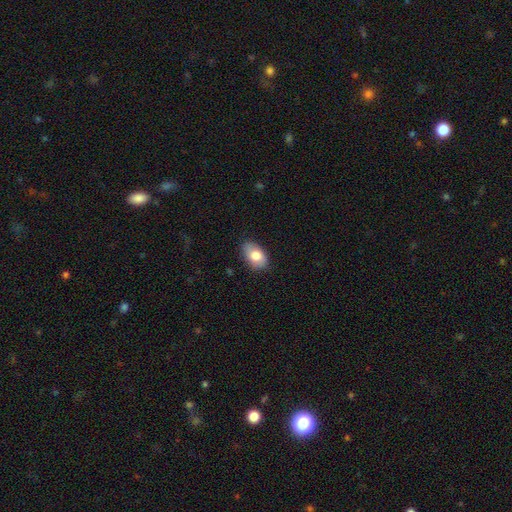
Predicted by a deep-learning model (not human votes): Smooth or featured? smooth (80%)
How rounded? in between (90%)
Merging? none (80%)